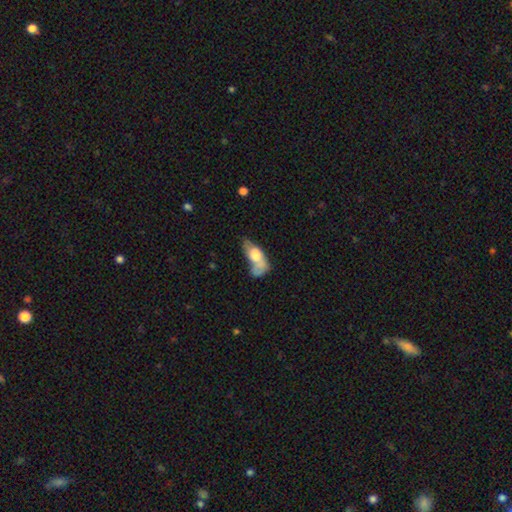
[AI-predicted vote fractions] A smooth galaxy with no disk features (59%) that is in between round and cigar-shaped (83%).

Vote fractions:
- Smooth or featured? smooth: 59% / featured or disk: 33% / star or artifact: 7%
- How rounded? in between: 83% / cigar-shaped: 10% / round: 7%
- Merging? merger: 30% (tied) / major disturbance: 30% (tied) / minor disturbance: 21% / none: 19%